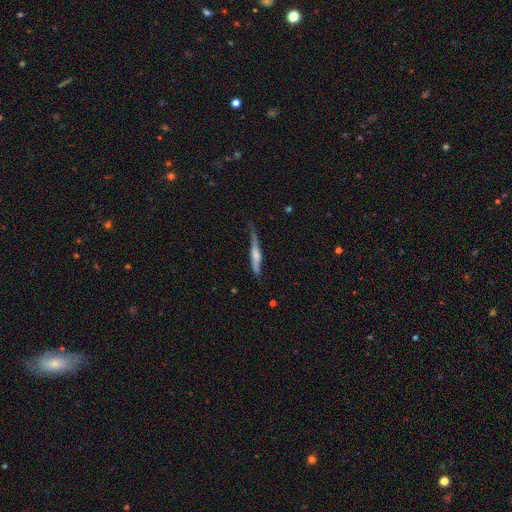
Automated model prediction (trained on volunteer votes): Smooth or featured? smooth (50%)
Merging? none (49%)